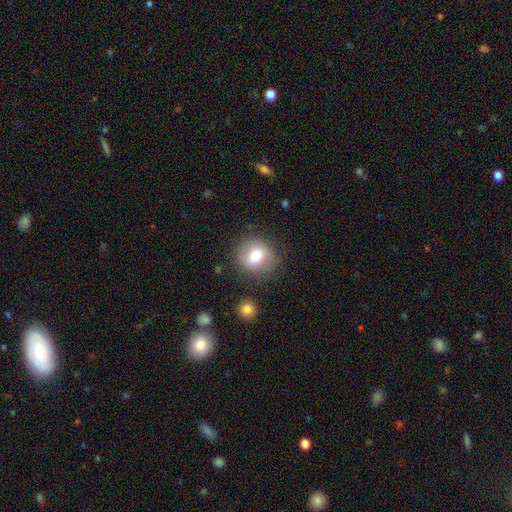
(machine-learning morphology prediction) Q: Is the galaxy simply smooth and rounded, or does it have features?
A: smooth — 73%.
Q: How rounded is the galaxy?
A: round — 85%.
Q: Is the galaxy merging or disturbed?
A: none — 82%.